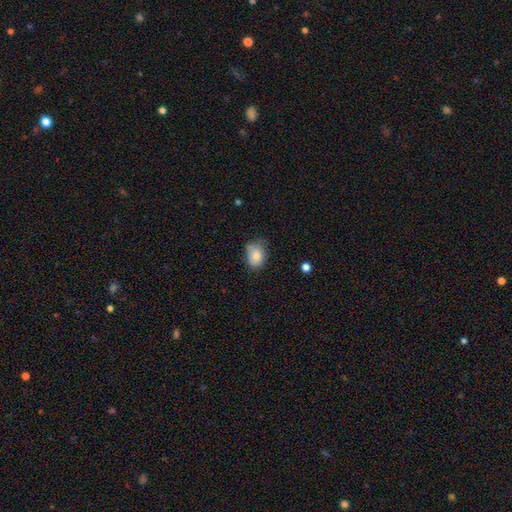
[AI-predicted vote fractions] Smooth or featured? smooth (80%)
How rounded? in between (63%)
Merging? none (52%)